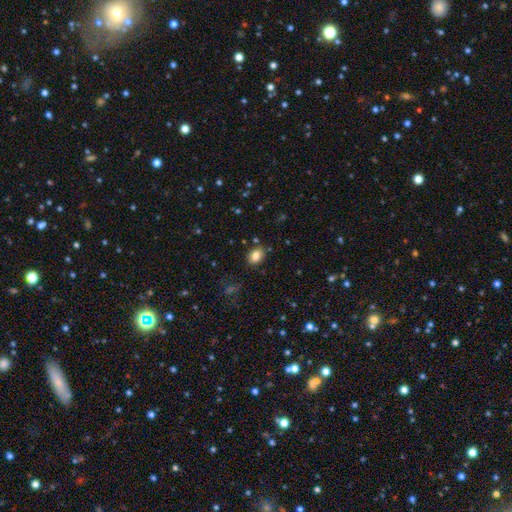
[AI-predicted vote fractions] smooth 82%, star or artifact 10%, featured or disk 8%. Down the decision tree: how rounded — in between (60%); merging — none (84%).